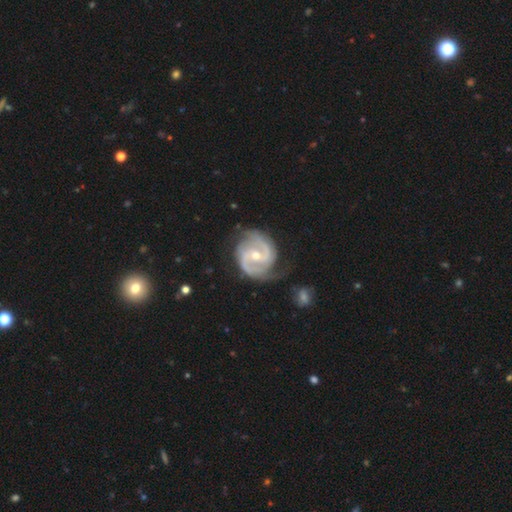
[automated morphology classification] A featured or disk galaxy (92%) with a weak bar (47%), 2 (85%) tight (48%) spiral arms (98%) and a moderate central bulge (59%).

Vote fractions:
- Smooth or featured? featured or disk: 92% / smooth: 4% / star or artifact: 4%
- Edge-on disk? no: 98% / yes: 2%
- Bar? weak: 47% / no: 34% / strong: 19%
- Spiral arms? yes: 98% / no: 2%
- Spiral winding? tight: 48% / medium: 44% / loose: 8%
- Spiral arm count? 2: 85% / 3: 6% / can't tell: 4% / 1: 2% / 4: 2% / more than 4: 2%
- Bulge size? moderate: 59% / small: 37% / large: 2% / none: 1% / dominant: 1%
- Merging? none: 68% / minor disturbance: 22% / major disturbance: 8% / merger: 2%